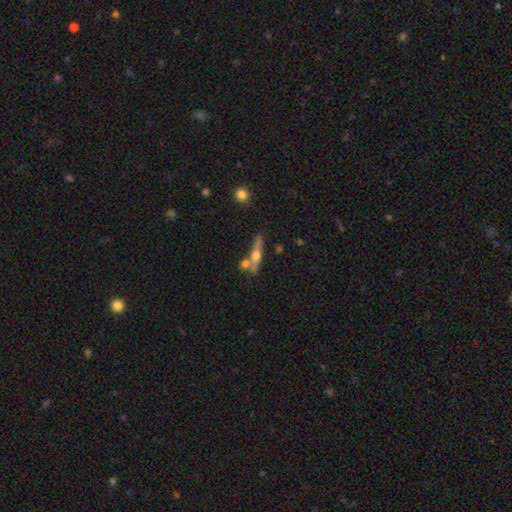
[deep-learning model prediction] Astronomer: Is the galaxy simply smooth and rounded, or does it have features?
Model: featured or disk — 58% (runner-up: smooth, 36%).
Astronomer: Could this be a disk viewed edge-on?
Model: yes — 89%.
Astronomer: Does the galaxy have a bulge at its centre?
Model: rounded — 93%.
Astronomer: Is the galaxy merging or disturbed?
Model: none — 57%.